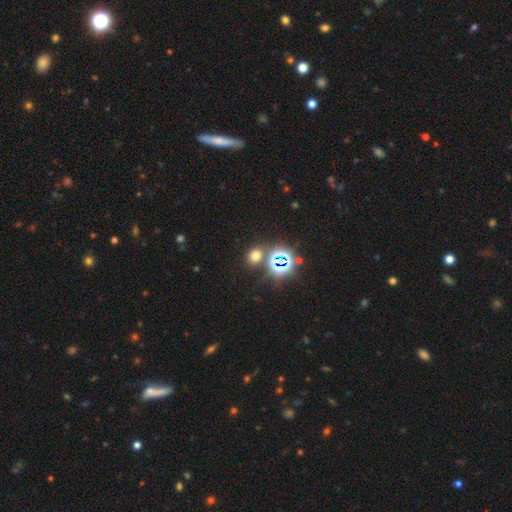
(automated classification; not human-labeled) Overall: smooth (59%; star or artifact 34%). How rounded: round (57%; in between 42%). Merging: none (78%).